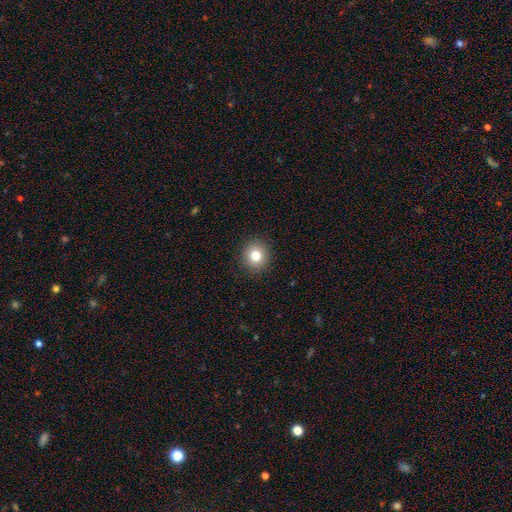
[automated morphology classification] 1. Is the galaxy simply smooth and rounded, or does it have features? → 80% smooth, 12% star or artifact, 9% featured or disk.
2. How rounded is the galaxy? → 89% round, 10% in between, 1% cigar-shaped.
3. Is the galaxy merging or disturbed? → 91% none, 6% minor disturbance, 2% major disturbance, 1% merger.